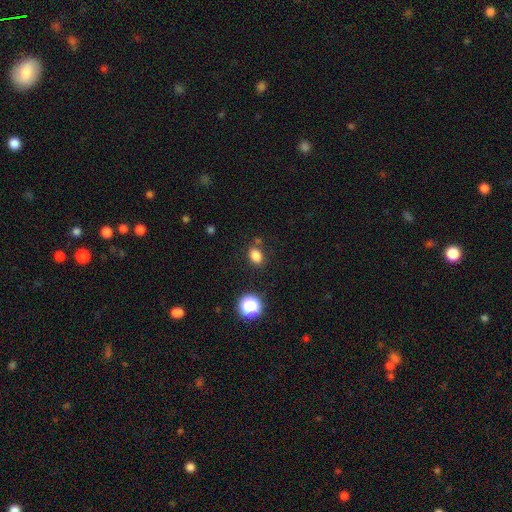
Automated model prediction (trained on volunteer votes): smooth-or-featured: smooth: 81% | star or artifact: 14% | featured or disk: 5%
  how-rounded: in between: 66% | round: 33% | cigar-shaped: 1%
  merging: none: 78% | minor disturbance: 12% | merger: 5% | major disturbance: 4%